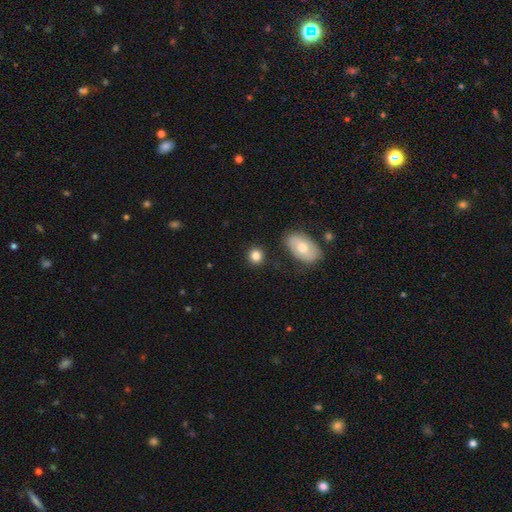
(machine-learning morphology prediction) Smooth or featured? Predicted: smooth (p=0.83). How rounded? Predicted: round (p=0.83). Merging? Predicted: none (p=0.85).